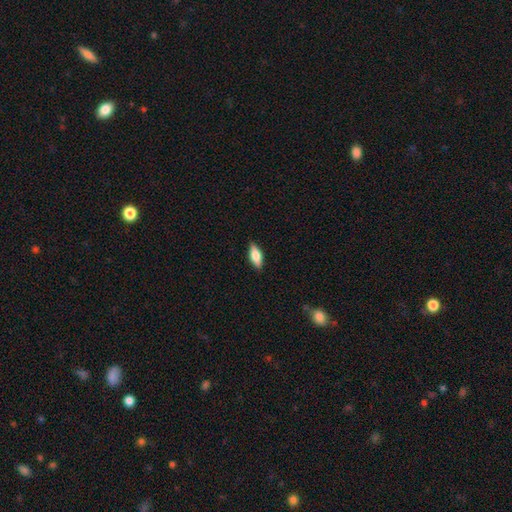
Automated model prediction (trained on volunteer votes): Overall: smooth (68%). How rounded: in between (74%). Merging: none (87%).